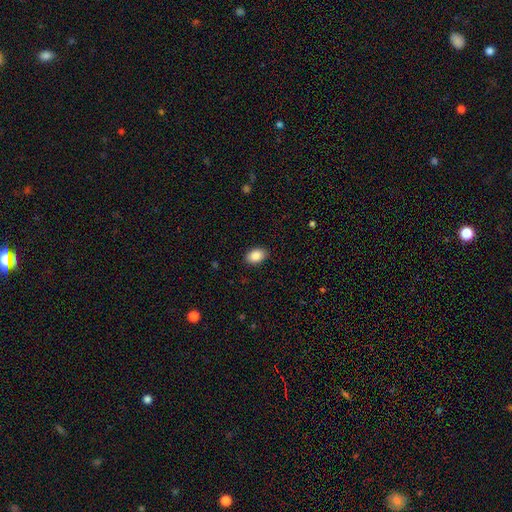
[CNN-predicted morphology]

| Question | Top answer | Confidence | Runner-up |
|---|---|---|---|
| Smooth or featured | smooth | 88% | star or artifact (8%) |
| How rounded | in between | 86% | round (13%) |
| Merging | none | 89% | minor disturbance (8%) |